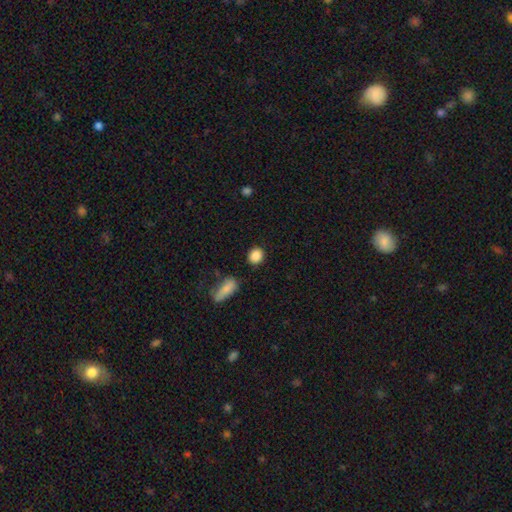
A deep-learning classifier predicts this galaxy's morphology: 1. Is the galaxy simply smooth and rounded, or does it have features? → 88% smooth, 9% star or artifact, 4% featured or disk.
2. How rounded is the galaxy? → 73% round, 26% in between, 2% cigar-shaped.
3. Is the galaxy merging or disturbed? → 85% none, 9% minor disturbance, 3% merger, 3% major disturbance.